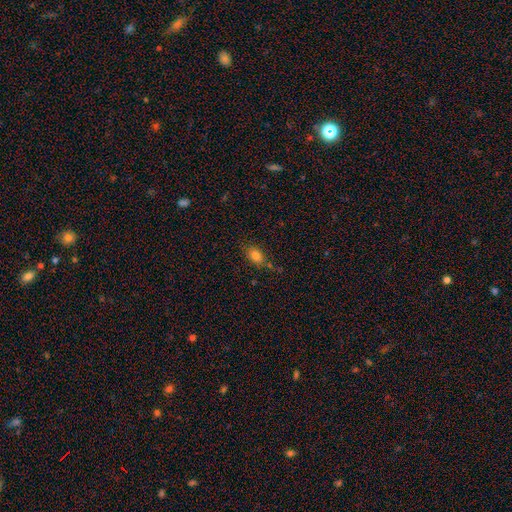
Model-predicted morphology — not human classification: The model was most divided on "merging": none: 70%, minor disturbance: 18%, merger: 7%, major disturbance: 5%. More confident: smooth or featured — smooth (81%); how rounded — in between (79%).